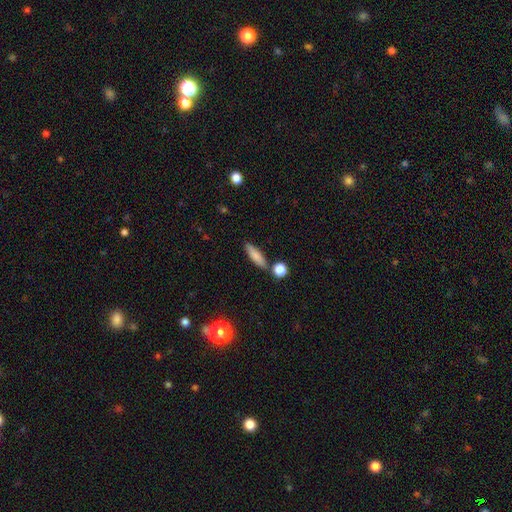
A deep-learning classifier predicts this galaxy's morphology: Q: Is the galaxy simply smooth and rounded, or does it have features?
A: smooth — 80%.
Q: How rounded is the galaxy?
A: cigar-shaped — 61%.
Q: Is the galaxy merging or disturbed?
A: none — 78%.